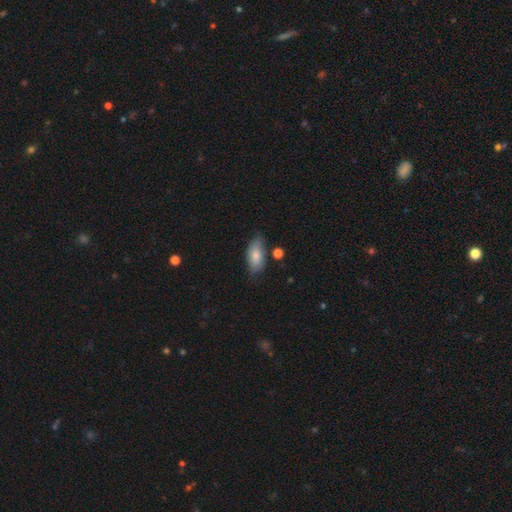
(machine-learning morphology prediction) A smooth galaxy with no disk features (79%) that is in between round and cigar-shaped (91%). Merging: none (66%).